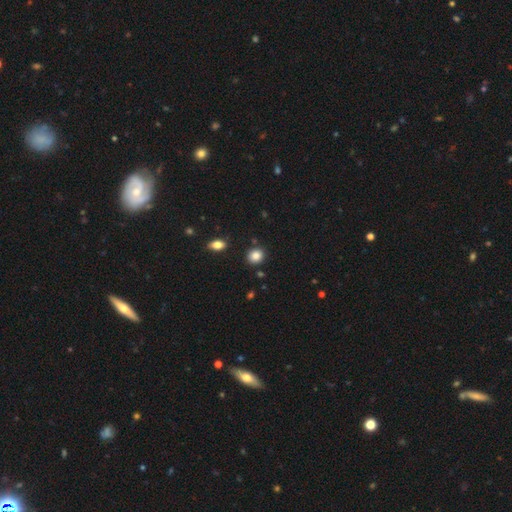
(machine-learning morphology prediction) type=smooth (86%); roundness=round (76%); merging=none (88%).